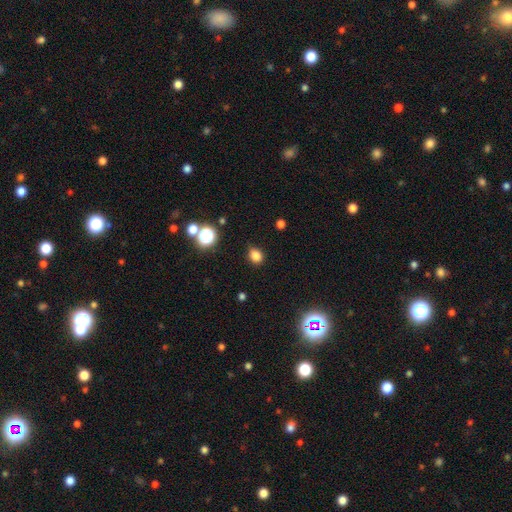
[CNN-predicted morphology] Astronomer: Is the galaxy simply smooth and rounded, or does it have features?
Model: smooth — 81%.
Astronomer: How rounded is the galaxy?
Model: round — 56% (runner-up: in between, 43%).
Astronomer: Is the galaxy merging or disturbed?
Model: none — 80%.